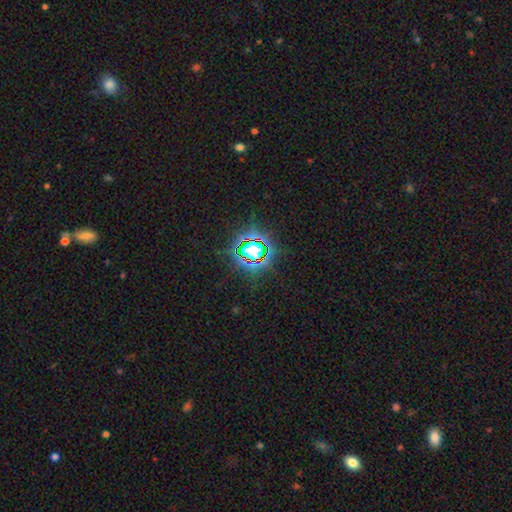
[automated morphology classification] The model was most divided on "smooth or featured": star or artifact: 76%, smooth: 15%, featured or disk: 10%.